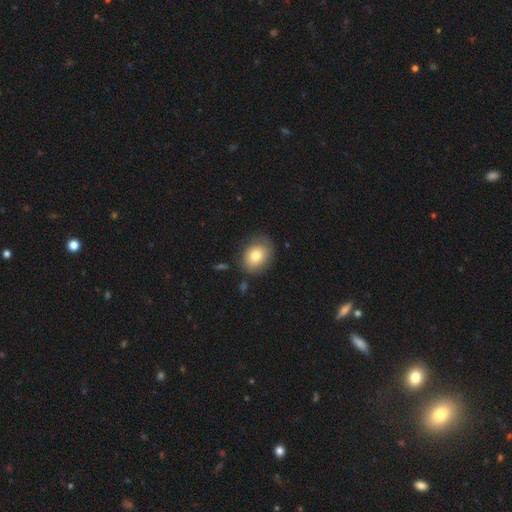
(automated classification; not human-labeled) Smooth or featured: smooth — 78% (featured or disk — 13%)
How rounded: in between — 60% (round — 39%)
Merging: none — 77% (minor disturbance — 16%)